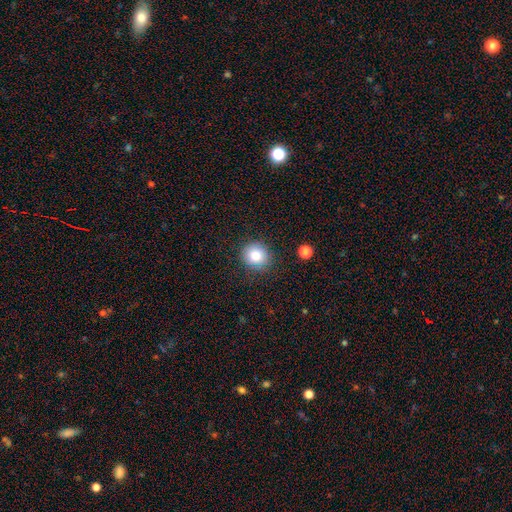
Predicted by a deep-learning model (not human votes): Smooth or featured? smooth (80%)
How rounded? round (89%)
Merging? none (85%)